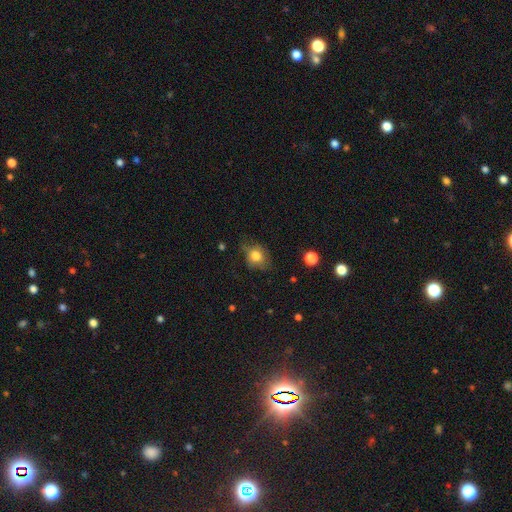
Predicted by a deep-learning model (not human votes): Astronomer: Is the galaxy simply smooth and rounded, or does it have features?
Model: smooth — 75%.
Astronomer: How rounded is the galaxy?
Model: round — 55% (runner-up: in between, 44%).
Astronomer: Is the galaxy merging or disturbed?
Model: none — 57%.